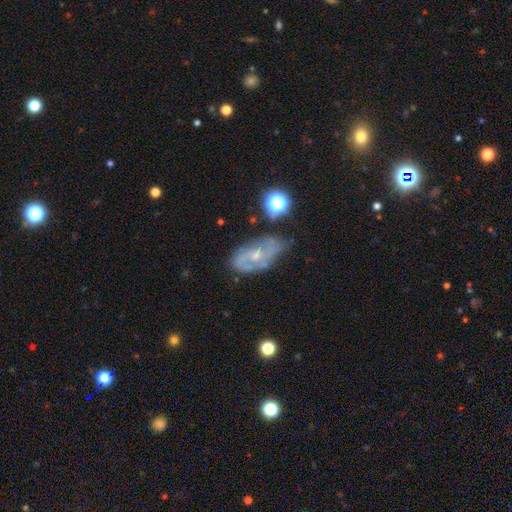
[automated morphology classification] Overall: featured or disk (69%). Edge-on disk: no (93%). Bar: no (68%). Spiral arms: yes (77%). Bulge size: small (53%; moderate 41%). Merging: none (55%; minor disturbance 29%).